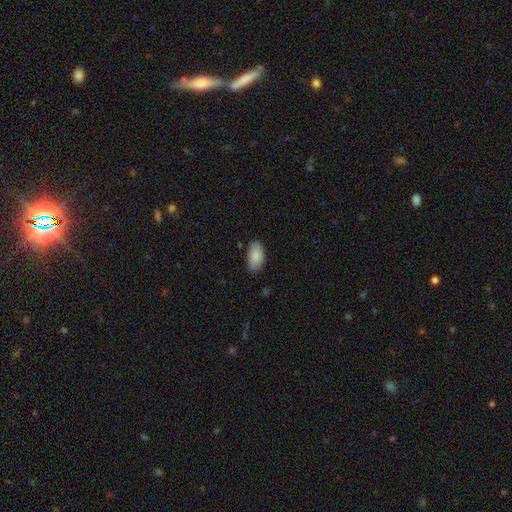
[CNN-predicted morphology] Smooth or featured: smooth — 87% (featured or disk — 7%)
How rounded: in between — 94% (round — 4%)
Merging: none — 76% (minor disturbance — 20%)